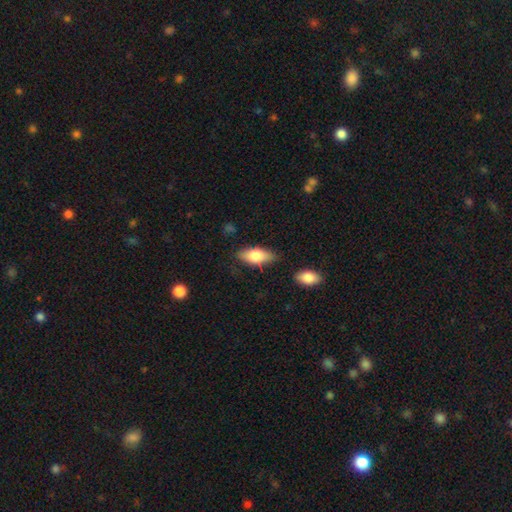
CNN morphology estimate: The model was most divided on "smooth or featured": smooth: 76%, featured or disk: 18%, star or artifact: 6%. More confident: how rounded — in between (84%); merging — none (76%).